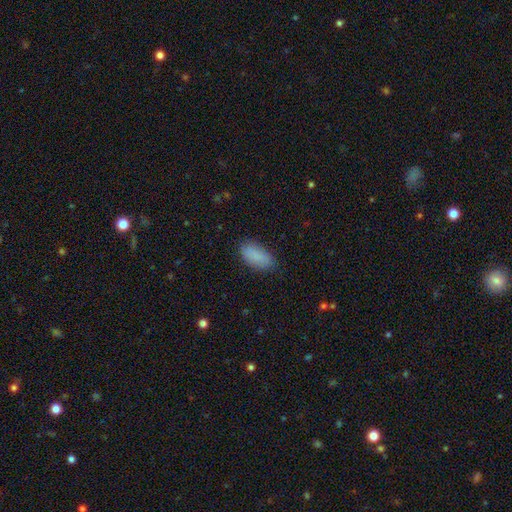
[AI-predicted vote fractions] This is clearly a smooth galaxy (88%). How rounded: clearly in between (91%). Merging: clearly none (82%).